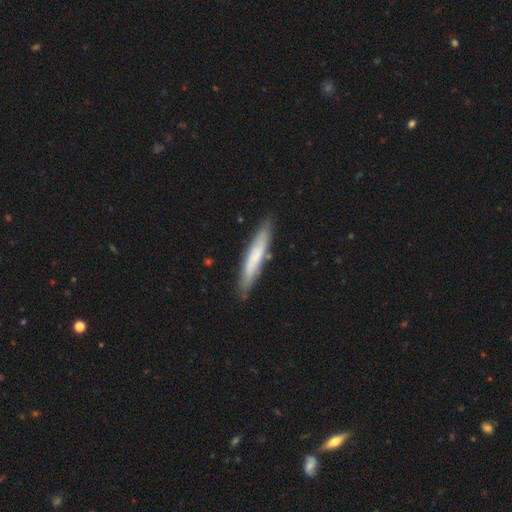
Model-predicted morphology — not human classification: Q: Smooth or featured?
A: smooth (60%); runner-up: featured or disk (34%)
Q: How rounded?
A: cigar-shaped (92%); runner-up: in between (7%)
Q: Merging?
A: none (83%); runner-up: minor disturbance (13%)